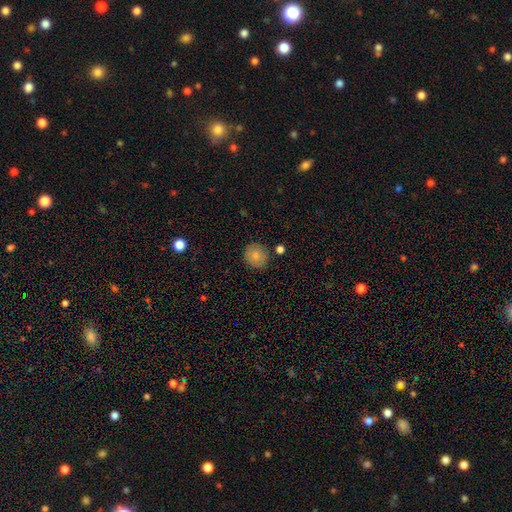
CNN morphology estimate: A smooth galaxy with no disk features (84%) that is round (90%).

Vote fractions:
- Smooth or featured? smooth: 84% / star or artifact: 8% / featured or disk: 8%
- How rounded? round: 90% / in between: 9% / cigar-shaped: 1%
- Merging? none: 86% / minor disturbance: 8% / merger: 3% / major disturbance: 2%